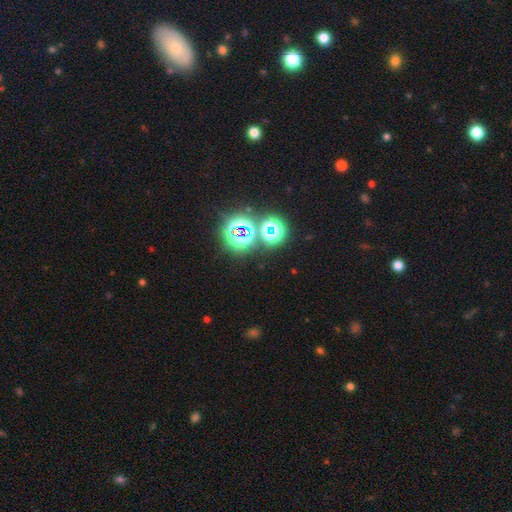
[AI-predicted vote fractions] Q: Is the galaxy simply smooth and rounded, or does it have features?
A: star or artifact — 69%.